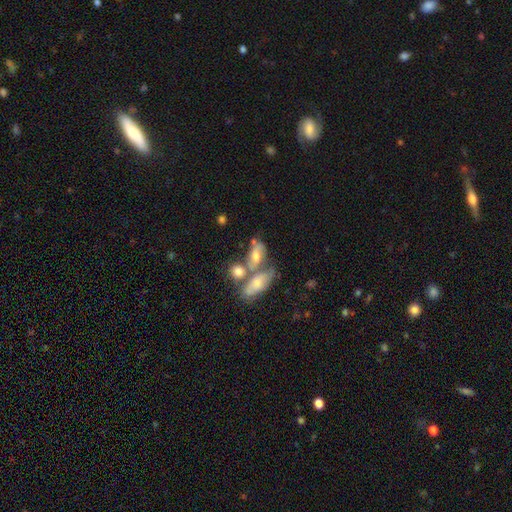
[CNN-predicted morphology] Q: Smooth or featured?
A: smooth (53%); runner-up: featured or disk (37%)
Q: How rounded?
A: in between (81%); runner-up: round (11%)
Q: Merging?
A: merger (50%); runner-up: none (27%)